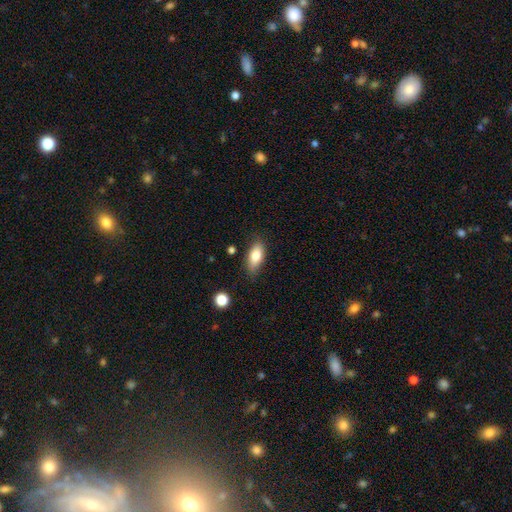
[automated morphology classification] A smooth galaxy with no disk features (80%) that is in between round and cigar-shaped (85%).

Vote fractions:
- Smooth or featured? smooth: 80% / featured or disk: 13% / star or artifact: 7%
- How rounded? in between: 85% / cigar-shaped: 11% / round: 4%
- Merging? none: 77% / minor disturbance: 17% / major disturbance: 3% / merger: 2%